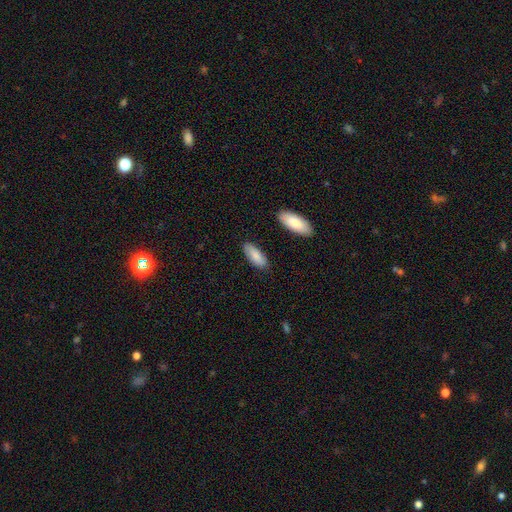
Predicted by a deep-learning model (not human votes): A smooth galaxy with no disk features (83%) that is in between round and cigar-shaped (82%).

Vote fractions:
- Smooth or featured? smooth: 83% / featured or disk: 11% / star or artifact: 6%
- How rounded? in between: 82% / cigar-shaped: 17% / round: 2%
- Merging? none: 82% / minor disturbance: 13% / merger: 3% / major disturbance: 2%